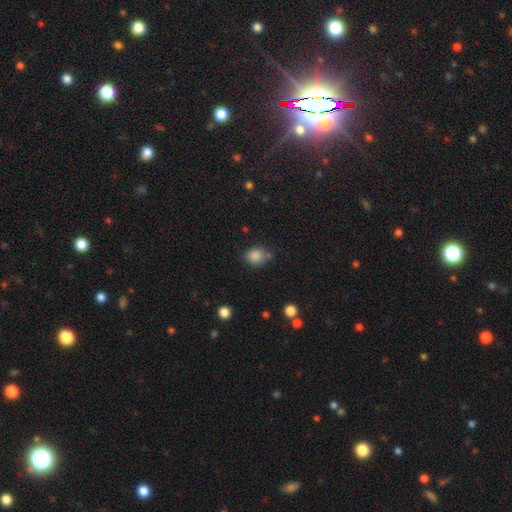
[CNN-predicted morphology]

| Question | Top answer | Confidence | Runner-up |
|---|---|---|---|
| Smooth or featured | smooth | 85% | star or artifact (11%) |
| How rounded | round | 71% | in between (28%) |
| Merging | none | 66% | minor disturbance (22%) |